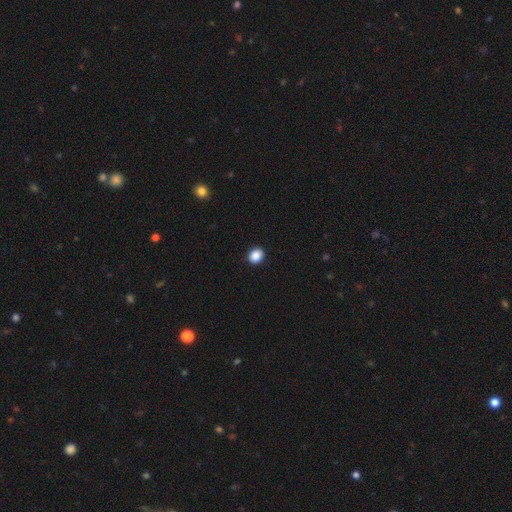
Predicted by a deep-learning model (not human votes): smooth_or_featured: smooth (p=0.88) [alt: star or artifact p=0.09]
how_rounded: round (p=0.58) [alt: in between p=0.41]
merging: none (p=0.92) [alt: minor disturbance p=0.05]